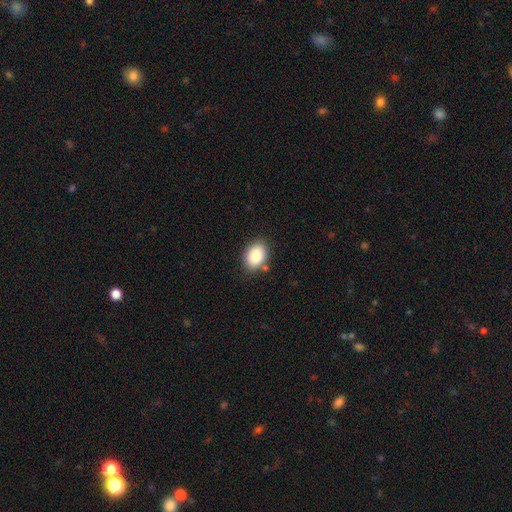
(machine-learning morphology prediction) A smooth galaxy with no disk features (84%) that is in between round and cigar-shaped (76%). Merging: none (82%).